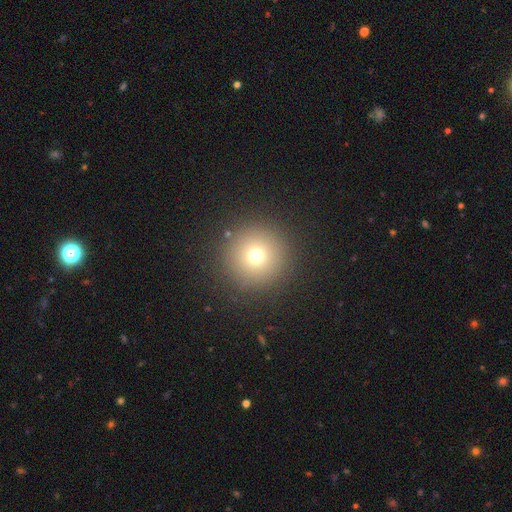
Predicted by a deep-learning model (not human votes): smooth-or-featured: smooth: 70% | star or artifact: 19% | featured or disk: 11%
  how-rounded: round: 97% | in between: 2% | cigar-shaped: 1%
  merging: none: 90% | minor disturbance: 5% | major disturbance: 3% | merger: 2%